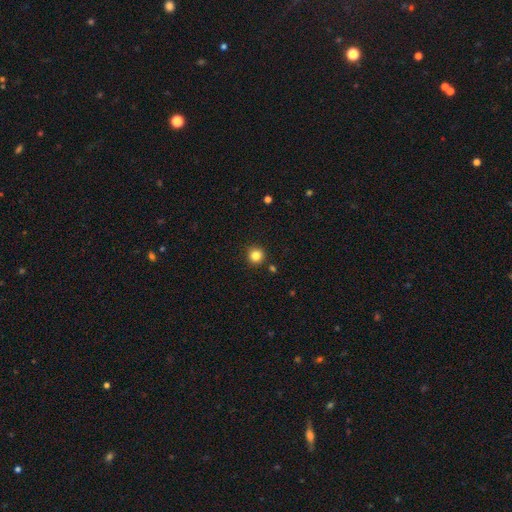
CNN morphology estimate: Smooth or featured? Predicted: smooth (p=0.83). How rounded? Predicted: round (p=0.94). Merging? Predicted: none (p=0.90).